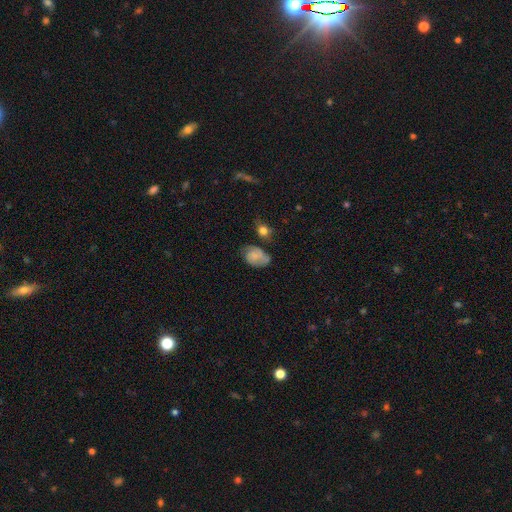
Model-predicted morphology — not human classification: This appears to be a smooth galaxy with no disk features (59%) that is in between round and cigar-shaped (78%). Merging: none (44%).